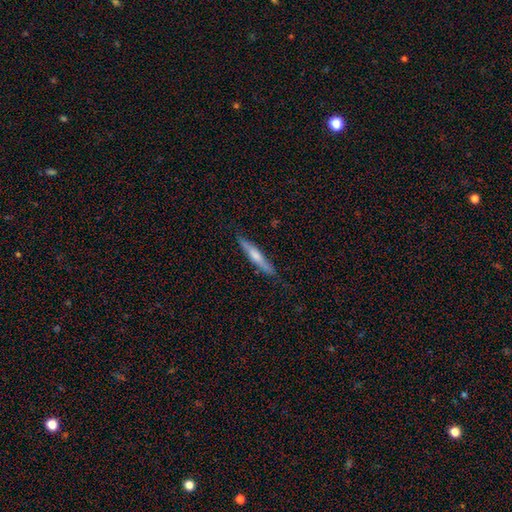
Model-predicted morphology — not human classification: type=smooth (57%); roundness=cigar-shaped (92%); merging=none (84%).